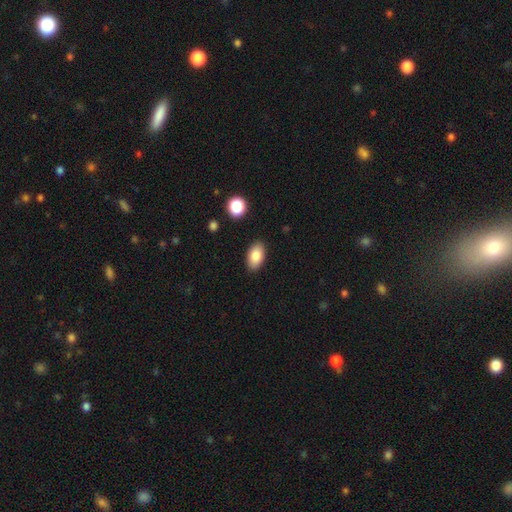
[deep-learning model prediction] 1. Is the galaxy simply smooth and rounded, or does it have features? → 85% smooth, 8% star or artifact, 8% featured or disk.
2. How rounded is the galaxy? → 92% in between, 6% round, 2% cigar-shaped.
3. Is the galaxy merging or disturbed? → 88% none, 9% minor disturbance, 2% major disturbance, 1% merger.